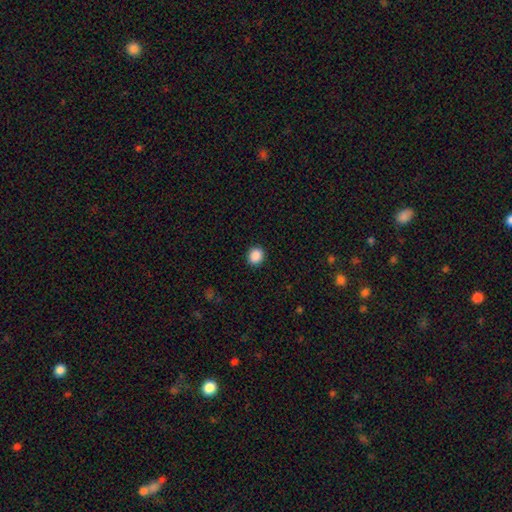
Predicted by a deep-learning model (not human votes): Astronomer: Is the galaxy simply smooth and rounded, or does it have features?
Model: smooth — 89%.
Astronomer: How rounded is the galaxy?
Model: round — 79%.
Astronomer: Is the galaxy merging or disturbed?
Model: none — 91%.